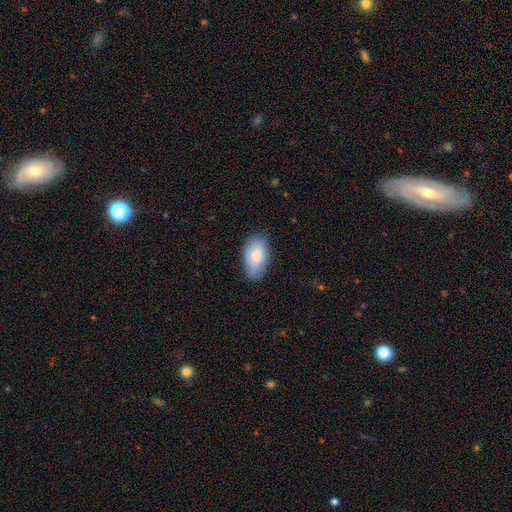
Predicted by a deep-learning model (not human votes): Morphology: type=smooth (82%); roundness=in between (94%); merging=none (77%).